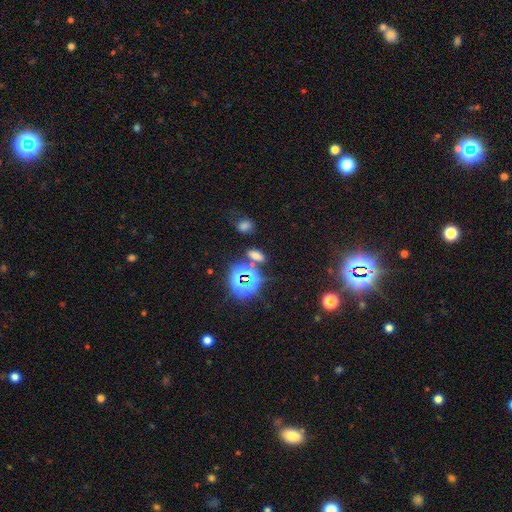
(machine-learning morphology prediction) Q: Smooth or featured?
A: smooth (49%); runner-up: star or artifact (43%)
Q: Merging?
A: none (71%); runner-up: merger (12%)